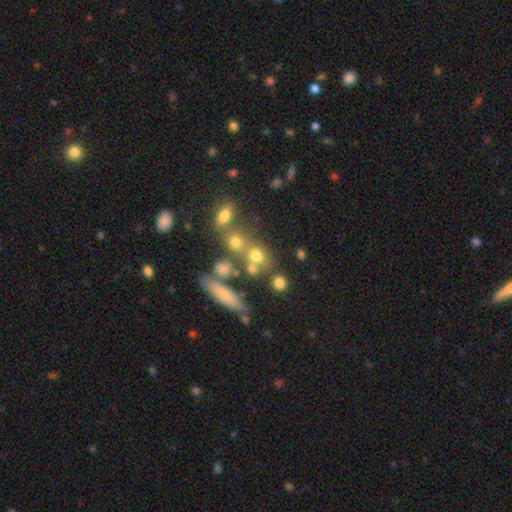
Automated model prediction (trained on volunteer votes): The model was most divided on "merging": none: 46%, merger: 35%, minor disturbance: 12%, major disturbance: 7%. More confident: smooth or featured — smooth (63%); how rounded — round (57%).